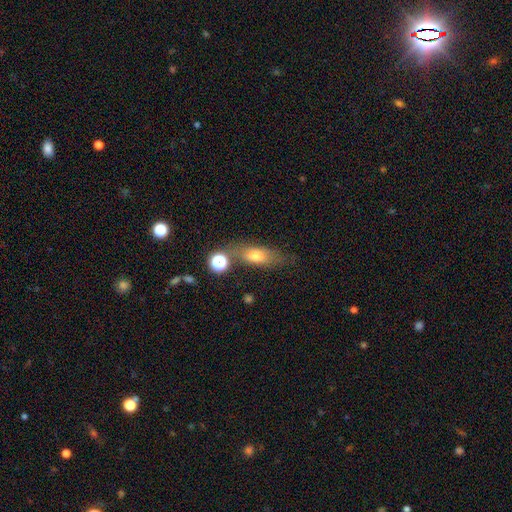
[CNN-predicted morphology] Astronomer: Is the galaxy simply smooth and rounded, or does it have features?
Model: smooth — 66%.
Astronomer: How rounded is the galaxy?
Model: in between — 63%.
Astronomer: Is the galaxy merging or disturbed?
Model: none — 62%.